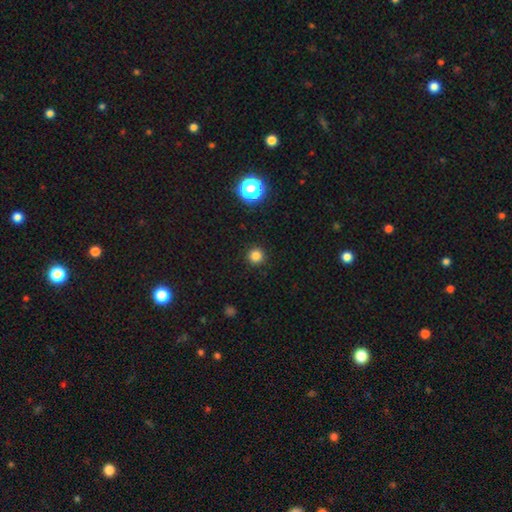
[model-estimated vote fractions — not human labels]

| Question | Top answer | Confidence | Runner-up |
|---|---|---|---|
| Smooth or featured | smooth | 82% | star or artifact (14%) |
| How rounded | round | 96% | in between (3%) |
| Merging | none | 92% | minor disturbance (5%) |